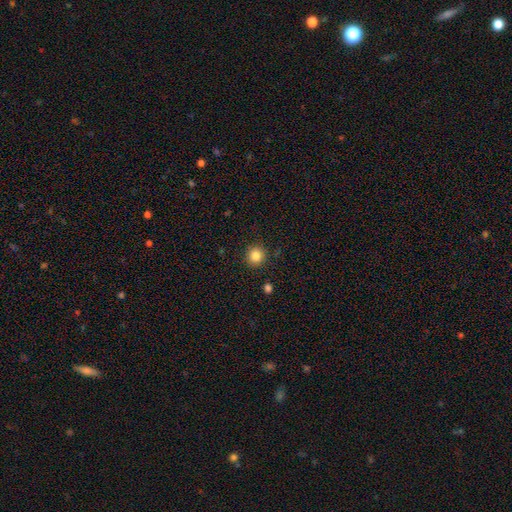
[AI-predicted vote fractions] smooth-or-featured: smooth: 85% | star or artifact: 11% | featured or disk: 5%
  how-rounded: round: 93% | in between: 7% | cigar-shaped: 1%
  merging: none: 91% | minor disturbance: 6% | major disturbance: 2% | merger: 1%